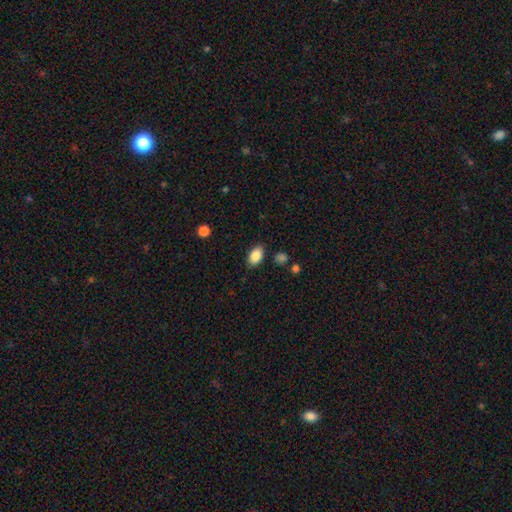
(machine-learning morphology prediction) Smooth or featured: smooth — 86% (star or artifact — 8%)
How rounded: in between — 90% (round — 8%)
Merging: none — 85% (minor disturbance — 11%)